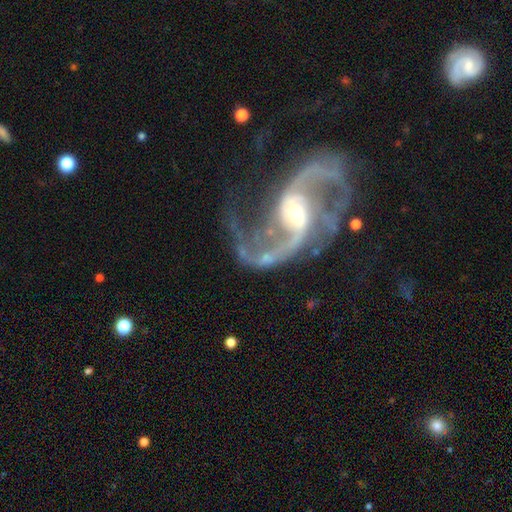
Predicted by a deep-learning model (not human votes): Smooth or featured: featured or disk — 93% (star or artifact — 5%)
Edge-on disk: no — 98% (yes — 2%)
Bar: weak — 38% (no — 34%)
Spiral arms: yes — 98% (no — 2%)
Spiral winding: loose — 49% (medium — 43%)
Spiral arm count: 2 — 93% (3 — 2%)
Bulge size: small — 52% (moderate — 43%)
Merging: none — 67% (minor disturbance — 15%)